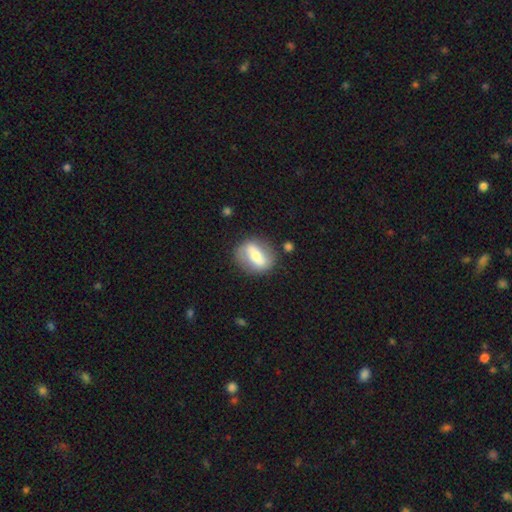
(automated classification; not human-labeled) Smooth or featured? featured or disk (50%)
Edge-on disk? no (86%)
Merging? none (76%)